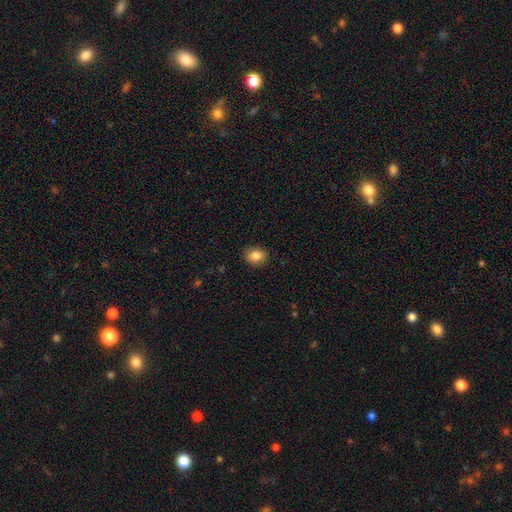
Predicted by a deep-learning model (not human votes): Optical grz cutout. It shows a smooth galaxy with no disk features (84%) that is in between round and cigar-shaped (50%). Merging: none (90%).